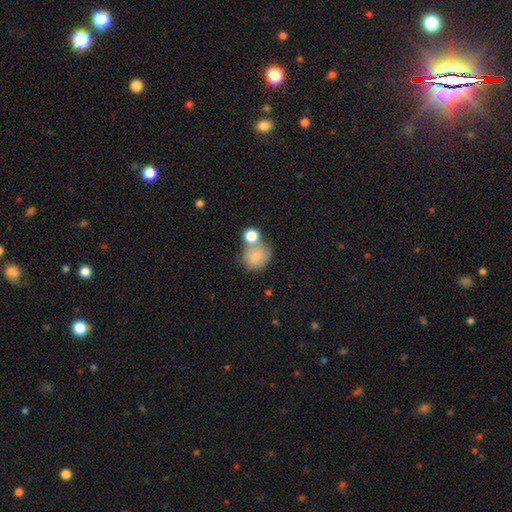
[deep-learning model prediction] Smooth or featured? smooth (80%)
How rounded? round (76%)
Merging? none (45%)